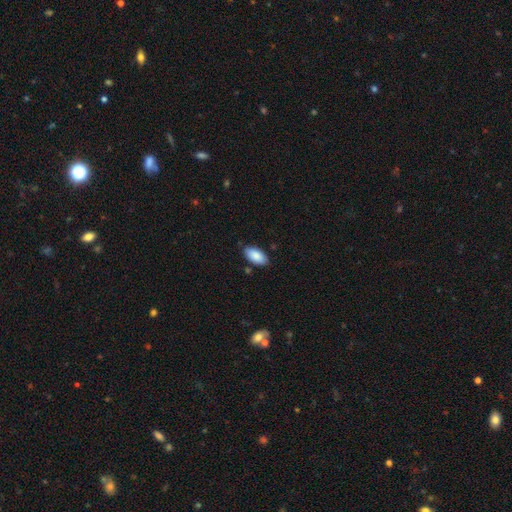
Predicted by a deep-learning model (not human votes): Smooth or featured: smooth — 88% (star or artifact — 6%)
How rounded: in between — 94% (cigar-shaped — 4%)
Merging: none — 84% (minor disturbance — 12%)